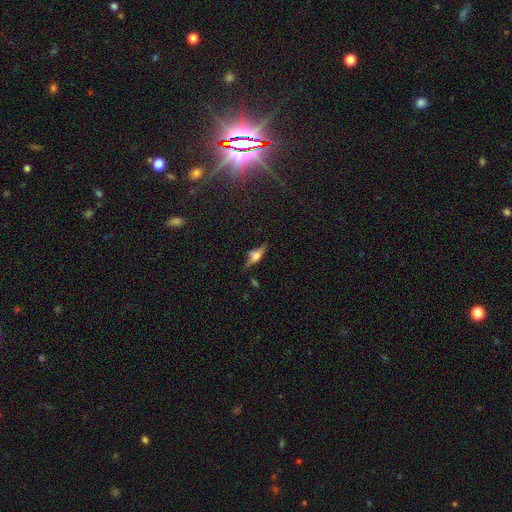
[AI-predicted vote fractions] This is likely a featured or disk galaxy (61%). It is clearly viewed edge-on (92%). Edge-on bulge: clearly rounded (83%). Merging: likely none (70%).